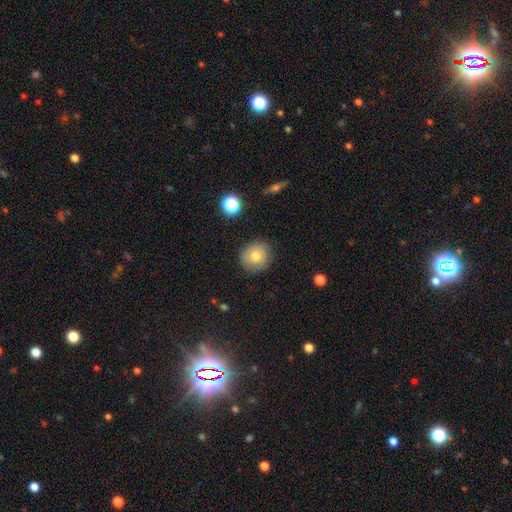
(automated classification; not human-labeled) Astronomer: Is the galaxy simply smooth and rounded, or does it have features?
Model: smooth — 72%.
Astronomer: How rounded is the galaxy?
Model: round — 87%.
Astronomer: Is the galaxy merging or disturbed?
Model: none — 83%.